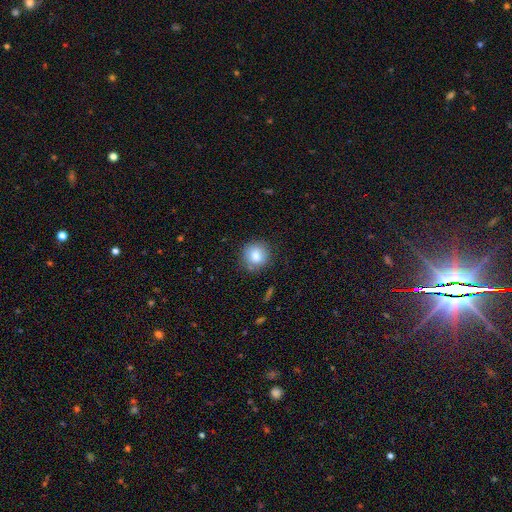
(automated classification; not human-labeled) smooth_or_featured: smooth (p=0.79) [alt: featured or disk p=0.11]
how_rounded: round (p=0.89) [alt: in between p=0.10]
merging: none (p=0.82) [alt: minor disturbance p=0.13]